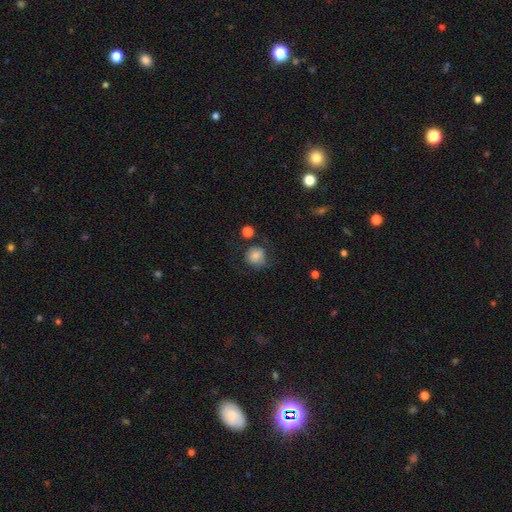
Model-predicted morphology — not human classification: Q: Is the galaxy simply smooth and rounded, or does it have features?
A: smooth — 74%.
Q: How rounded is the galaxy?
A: round — 86%.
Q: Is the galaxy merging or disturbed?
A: none — 59%.